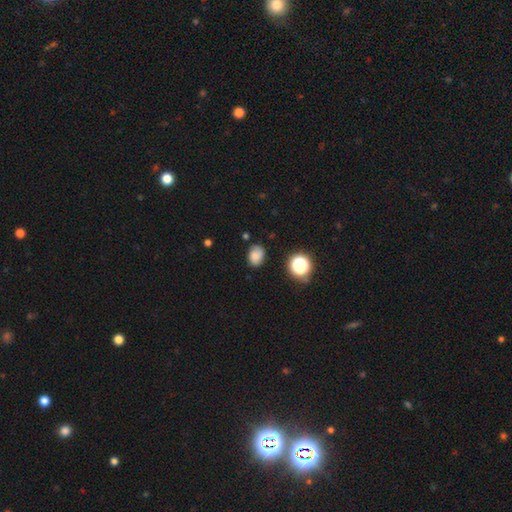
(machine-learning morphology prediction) Smooth or featured? Predicted: smooth (p=0.74). How rounded? Predicted: in between (p=0.66). Merging? Predicted: none (p=0.74).